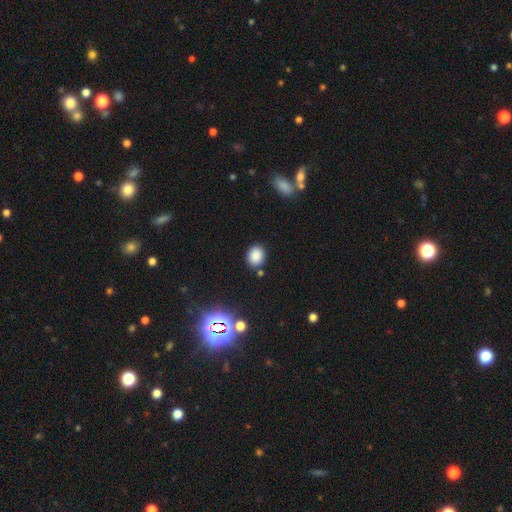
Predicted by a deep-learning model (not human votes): The model was most divided on "how rounded": in between: 52%, round: 47%, cigar-shaped: 1%. More confident: smooth or featured — smooth (84%); merging — none (84%).